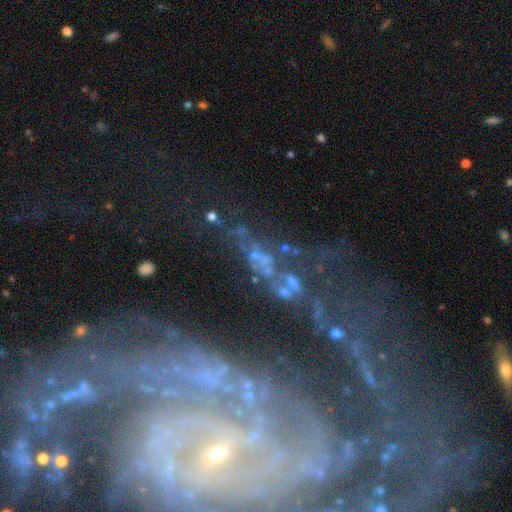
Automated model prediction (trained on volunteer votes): Smooth or featured? featured or disk (41%)
Merging? none (36%)